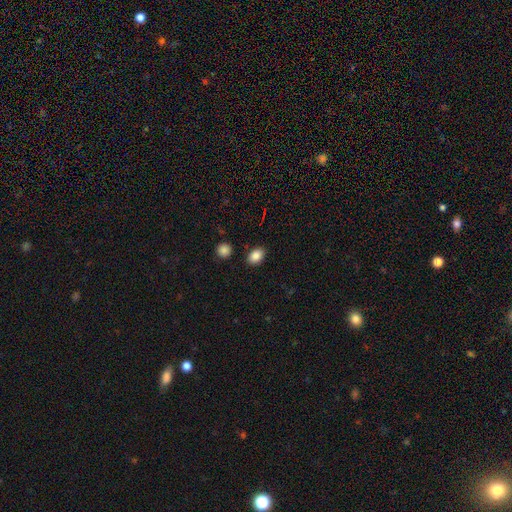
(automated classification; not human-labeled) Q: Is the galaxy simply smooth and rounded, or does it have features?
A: smooth — 86%.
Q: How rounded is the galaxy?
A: in between — 79%.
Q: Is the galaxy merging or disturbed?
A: none — 86%.